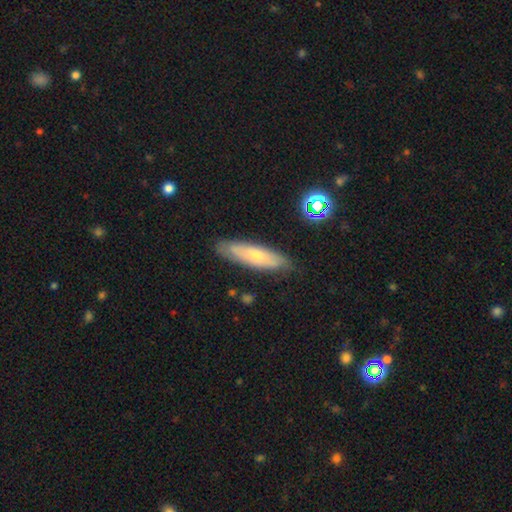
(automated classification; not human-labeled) smooth-or-featured: smooth: 53% | featured or disk: 39% | star or artifact: 8%
  how-rounded: cigar-shaped: 66% | in between: 32% | round: 2%
  merging: none: 82% | minor disturbance: 14% | major disturbance: 3% | merger: 2%